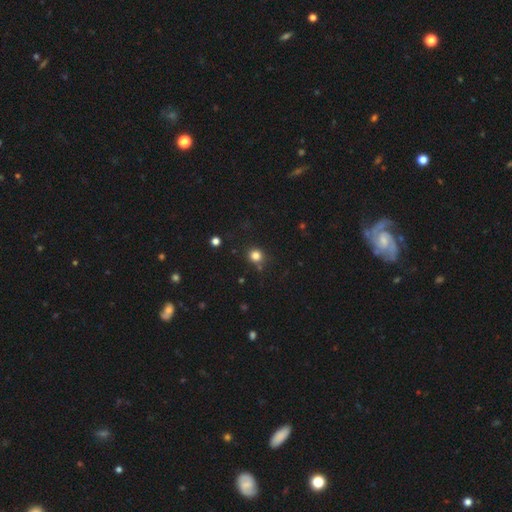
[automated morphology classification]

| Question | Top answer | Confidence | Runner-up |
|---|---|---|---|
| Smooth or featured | smooth | 81% | star or artifact (14%) |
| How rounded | round | 88% | in between (11%) |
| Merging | none | 80% | minor disturbance (11%) |